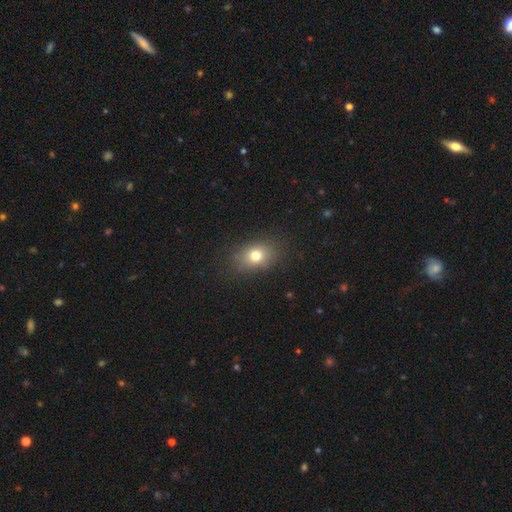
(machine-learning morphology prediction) type=smooth (76%); roundness=in between (61%); merging=none (83%).